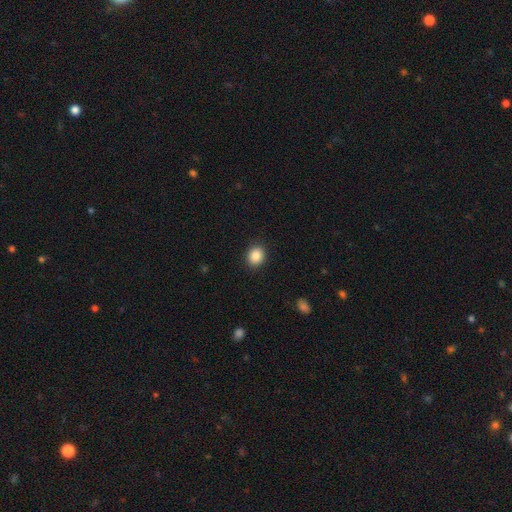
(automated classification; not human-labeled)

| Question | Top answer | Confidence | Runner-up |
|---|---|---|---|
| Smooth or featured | smooth | 87% | star or artifact (9%) |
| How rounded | round | 65% | in between (34%) |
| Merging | none | 90% | minor disturbance (7%) |